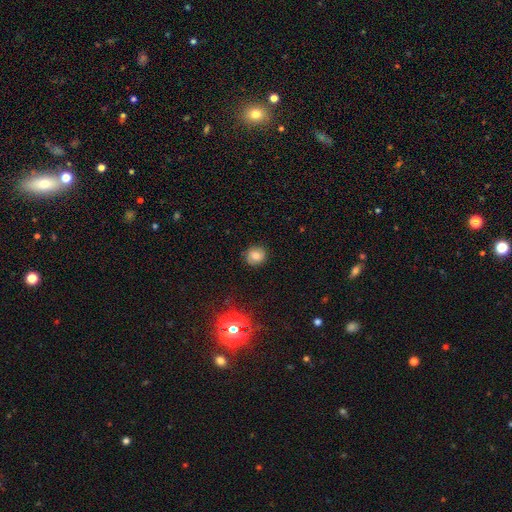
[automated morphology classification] type=smooth (66%); roundness=round (84%); merging=none (86%).